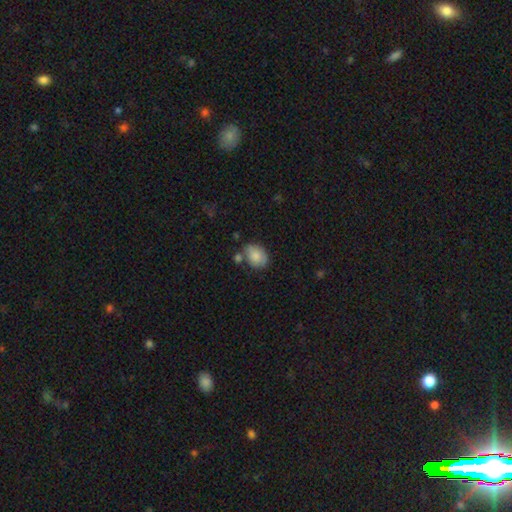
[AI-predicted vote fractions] Smooth or featured: smooth — 84% (featured or disk — 8%)
How rounded: in between — 65% (round — 34%)
Merging: none — 60% (minor disturbance — 21%)